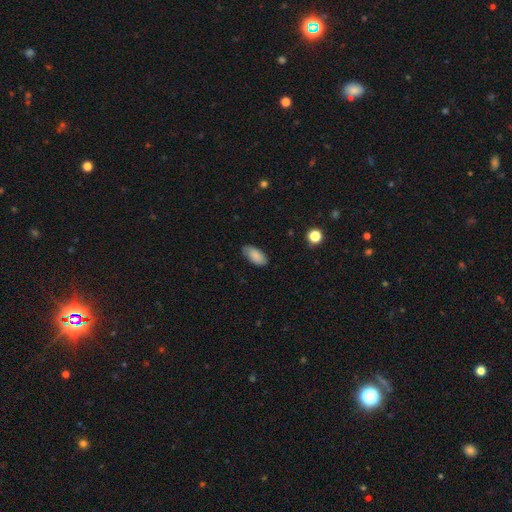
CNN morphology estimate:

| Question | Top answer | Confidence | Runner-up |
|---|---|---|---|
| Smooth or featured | smooth | 85% | featured or disk (8%) |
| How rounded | in between | 93% | cigar-shaped (5%) |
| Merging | none | 79% | minor disturbance (17%) |